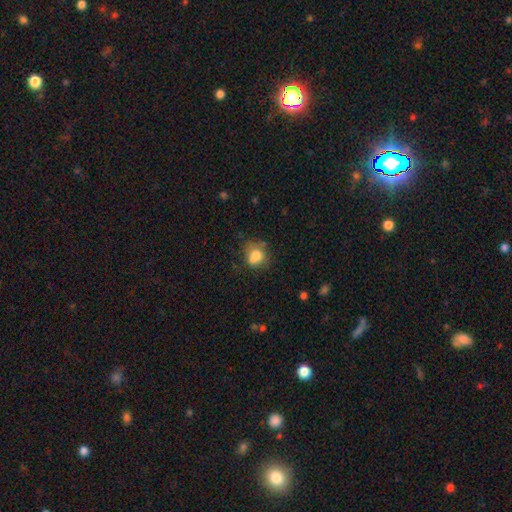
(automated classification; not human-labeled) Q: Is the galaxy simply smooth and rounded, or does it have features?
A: smooth — 74%.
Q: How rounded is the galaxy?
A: round — 64%.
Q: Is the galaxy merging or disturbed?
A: none — 50%.